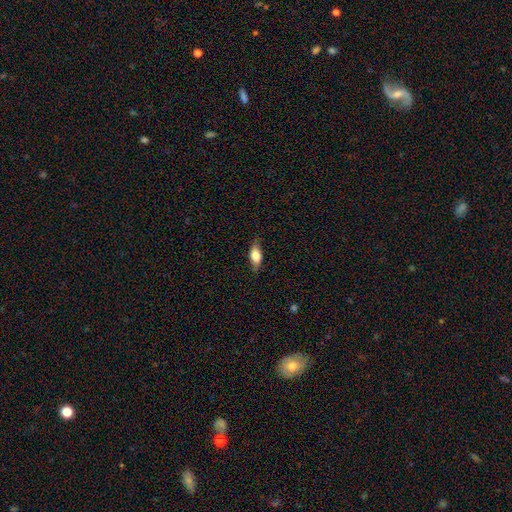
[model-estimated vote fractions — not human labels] Morphology: type=smooth (69%); roundness=in between (78%); merging=none (78%).